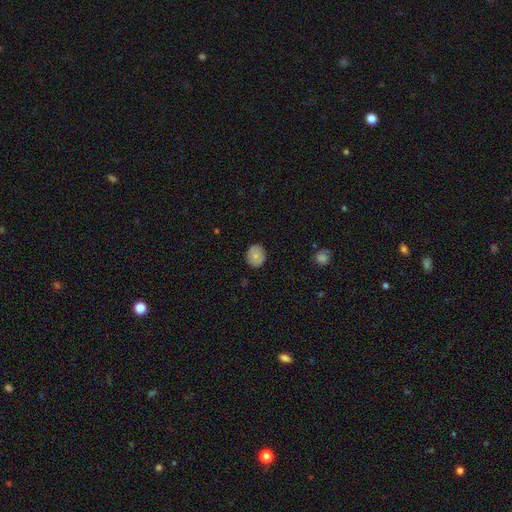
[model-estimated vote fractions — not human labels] Q: Smooth or featured?
A: smooth (78%); runner-up: featured or disk (14%)
Q: How rounded?
A: round (66%); runner-up: in between (33%)
Q: Merging?
A: none (86%); runner-up: minor disturbance (11%)